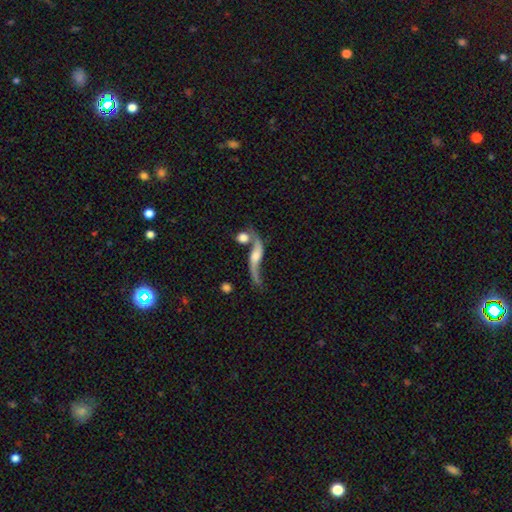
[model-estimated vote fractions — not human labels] Morphology: type=featured or disk (80%); edge-on=no (80%); bar=no (57%); spiral arms=yes (91%); winding=loose (94%); arm count=2 (91%); bulge=moderate (40%); merging=none (42%).